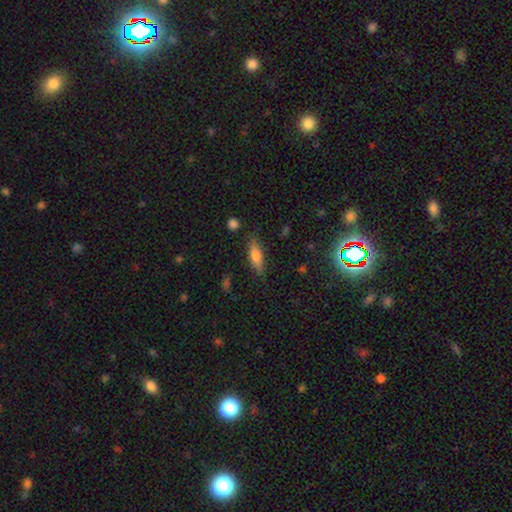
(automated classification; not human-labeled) A smooth galaxy with no disk features (69%) that is cigar-shaped (50%). Merging: none (83%).